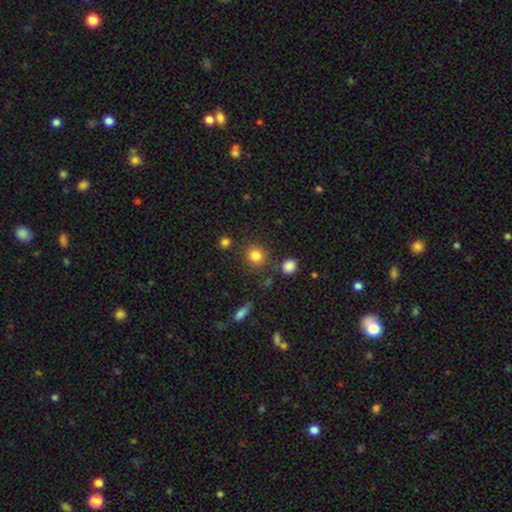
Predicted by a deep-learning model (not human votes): A smooth galaxy with no disk features (83%) that is round (85%). Merging: none (82%).